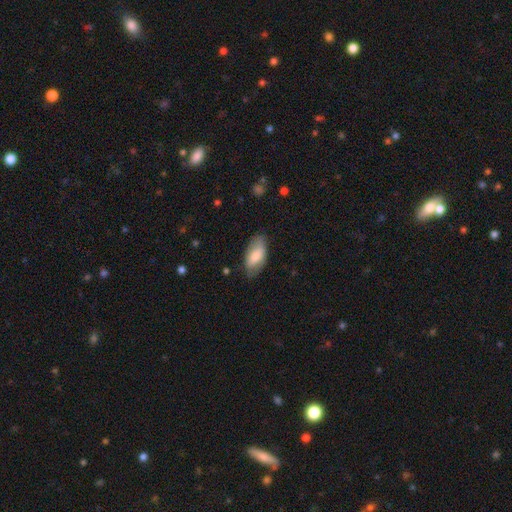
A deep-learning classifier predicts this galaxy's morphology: Smooth or featured: smooth — 76% (featured or disk — 18%)
How rounded: in between — 92% (cigar-shaped — 6%)
Merging: none — 74% (minor disturbance — 20%)